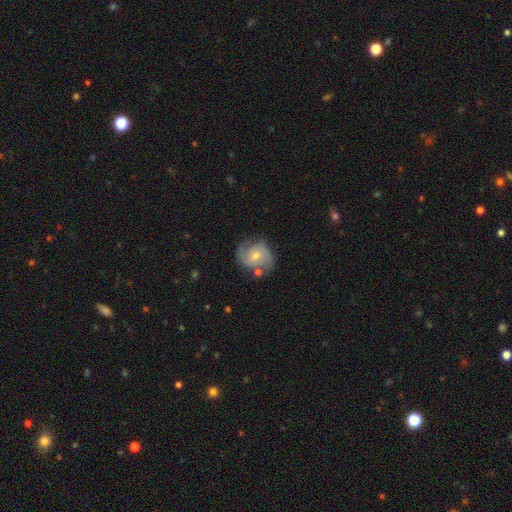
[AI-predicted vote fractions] featured or disk 75%, smooth 19%, star or artifact 6%. Down the decision tree: edge-on disk — no (98%); bar — no (54%); spiral arms — yes (93%); spiral arm count — 2 (80%); spiral winding — medium (50%); bulge size — small (51%); merging — none (66%).